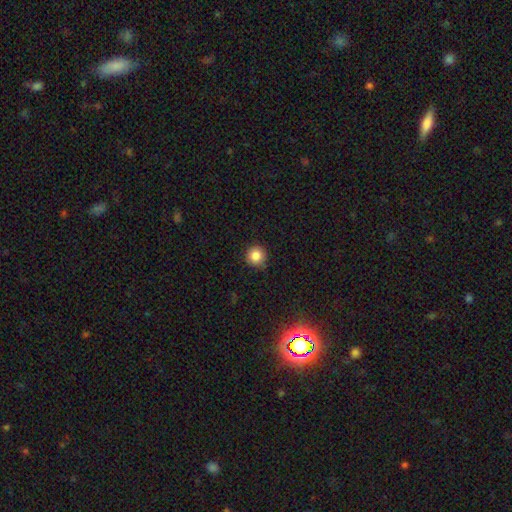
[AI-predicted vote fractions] Smooth or featured? Predicted: smooth (p=0.85). How rounded? Predicted: round (p=0.94). Merging? Predicted: none (p=0.87).